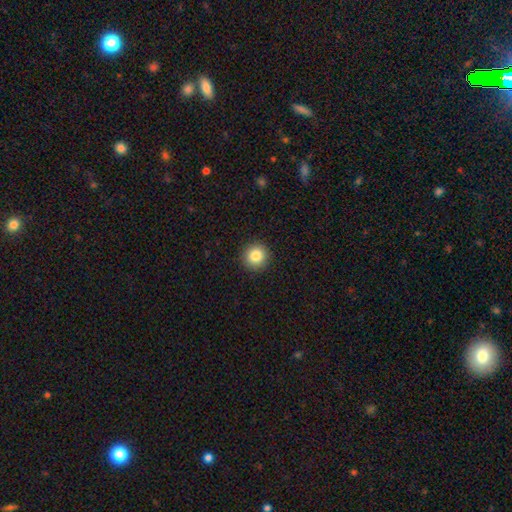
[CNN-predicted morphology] Q: Smooth or featured?
A: smooth (85%); runner-up: star or artifact (10%)
Q: How rounded?
A: round (94%); runner-up: in between (5%)
Q: Merging?
A: none (92%); runner-up: minor disturbance (5%)